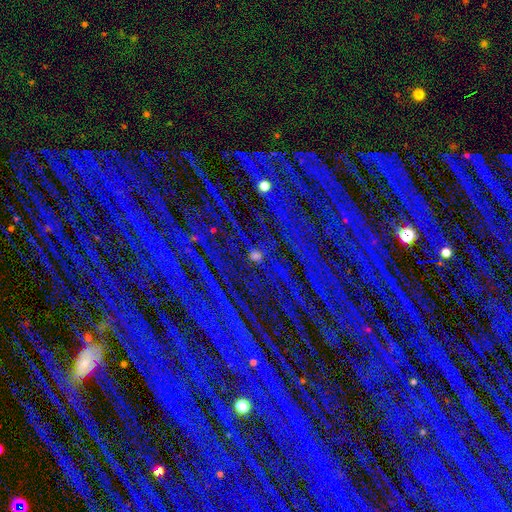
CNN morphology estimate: Smooth or featured? star or artifact (68%)